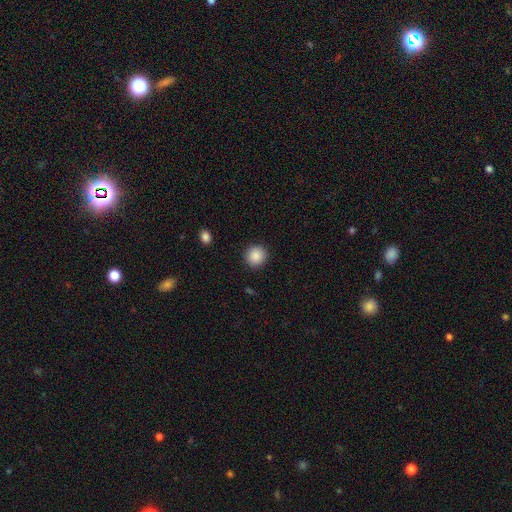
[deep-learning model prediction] Smooth or featured?
  - smooth: 88% *
  - star or artifact: 9%
  - featured or disk: 3%
How rounded?
  - round: 94% *
  - in between: 5%
  - cigar-shaped: 1%
Merging?
  - none: 91% *
  - minor disturbance: 5%
  - major disturbance: 2%
  - merger: 1%